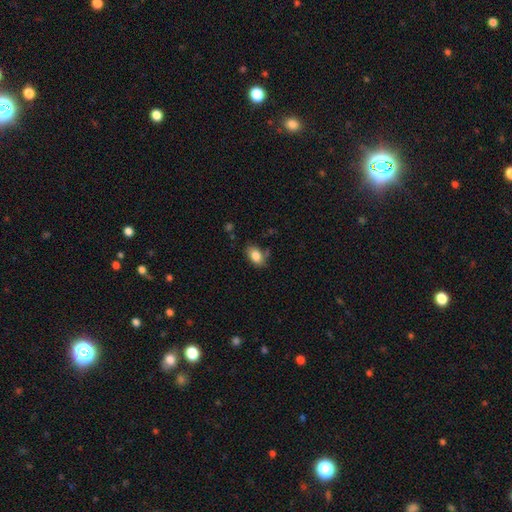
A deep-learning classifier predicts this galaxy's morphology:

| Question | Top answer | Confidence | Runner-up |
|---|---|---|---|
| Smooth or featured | smooth | 85% | star or artifact (8%) |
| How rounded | in between | 87% | round (11%) |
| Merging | none | 72% | minor disturbance (18%) |